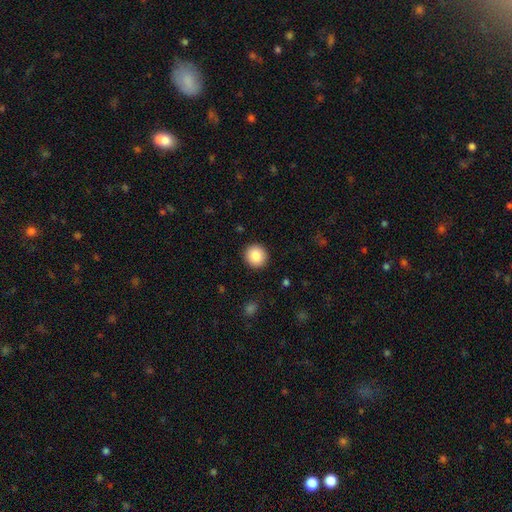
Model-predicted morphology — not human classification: The model was most divided on "smooth or featured": smooth: 86%, star or artifact: 8%, featured or disk: 5%. More confident: how rounded — round (93%); merging — none (92%).